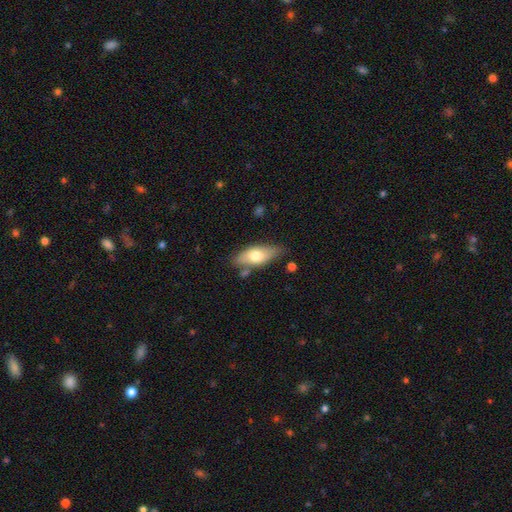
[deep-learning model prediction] smooth 68%, featured or disk 26%, star or artifact 6%. Down the decision tree: how rounded — in between (81%); merging — none (73%).